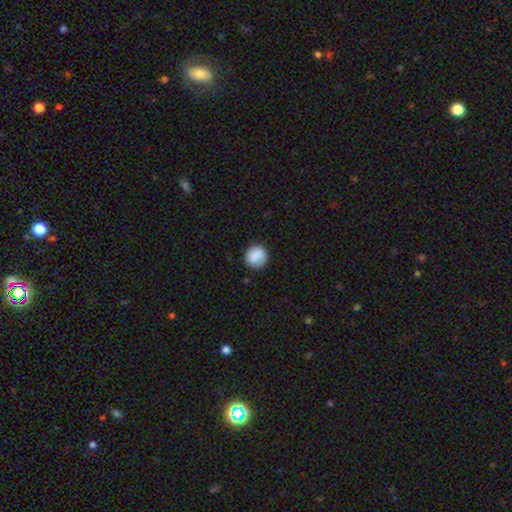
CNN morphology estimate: Smooth or featured? Predicted: smooth (p=0.87). How rounded? Predicted: round (p=0.89). Merging? Predicted: none (p=0.85).